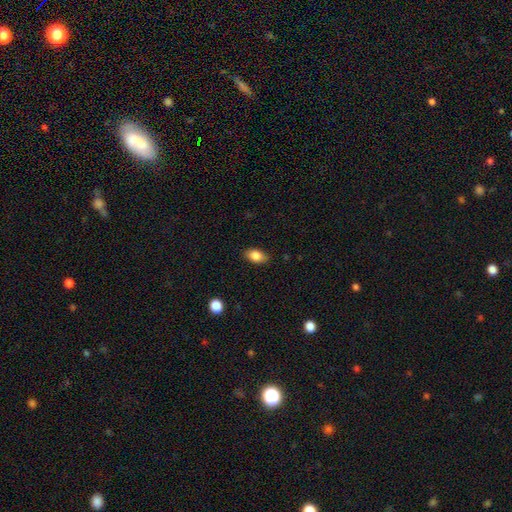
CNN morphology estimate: Smooth or featured?
  - smooth: 85% *
  - star or artifact: 8%
  - featured or disk: 7%
How rounded?
  - in between: 88% *
  - round: 9%
  - cigar-shaped: 3%
Merging?
  - none: 85% *
  - minor disturbance: 11%
  - major disturbance: 2%
  - merger: 1%